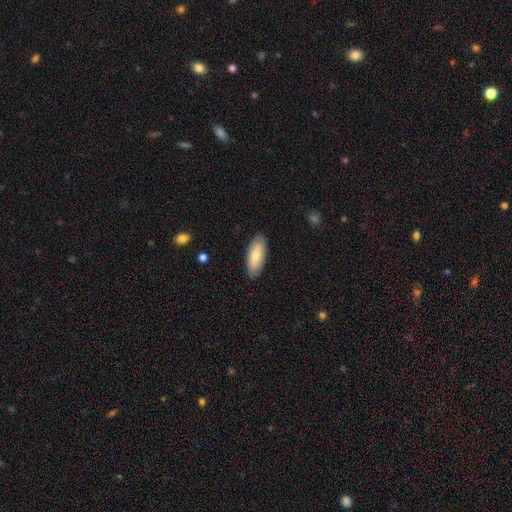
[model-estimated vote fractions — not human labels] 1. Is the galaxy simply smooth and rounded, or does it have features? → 71% smooth, 23% featured or disk, 6% star or artifact.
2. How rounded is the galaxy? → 85% in between, 12% cigar-shaped, 2% round.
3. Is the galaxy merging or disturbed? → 86% none, 11% minor disturbance, 2% major disturbance, 1% merger.